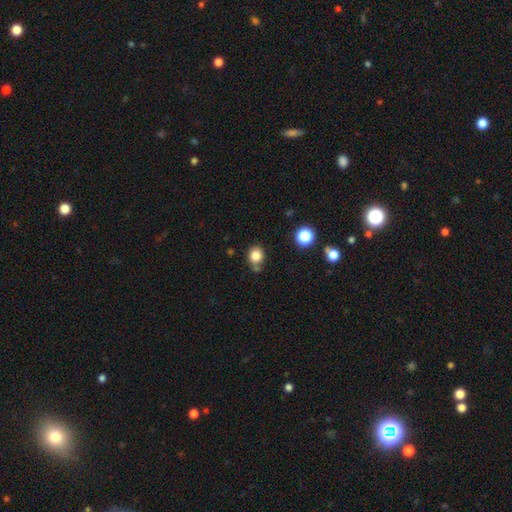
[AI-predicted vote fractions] A smooth galaxy with no disk features (83%) that is round (77%).

Vote fractions:
- Smooth or featured? smooth: 83% / star or artifact: 12% / featured or disk: 6%
- How rounded? round: 77% / in between: 22% / cigar-shaped: 1%
- Merging? none: 69% / minor disturbance: 16% / merger: 10% / major disturbance: 4%